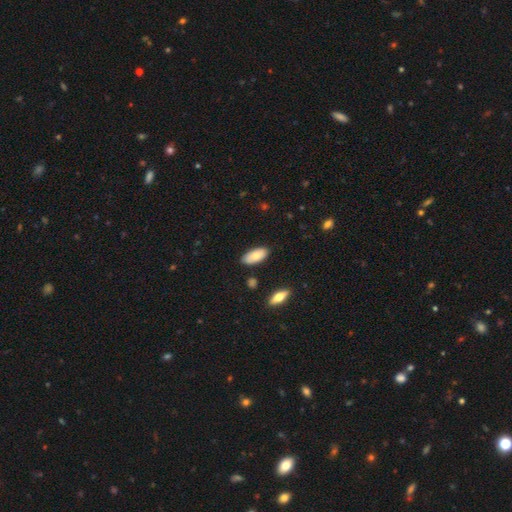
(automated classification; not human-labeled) A smooth galaxy with no disk features (78%) that is in between round and cigar-shaped (89%). Merging: none (83%).